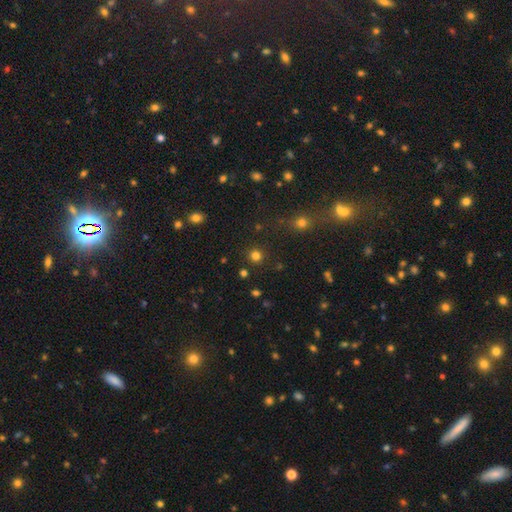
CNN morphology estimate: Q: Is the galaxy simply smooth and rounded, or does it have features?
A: smooth — 79%.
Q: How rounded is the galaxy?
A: round — 94%.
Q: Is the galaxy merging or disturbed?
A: none — 89%.